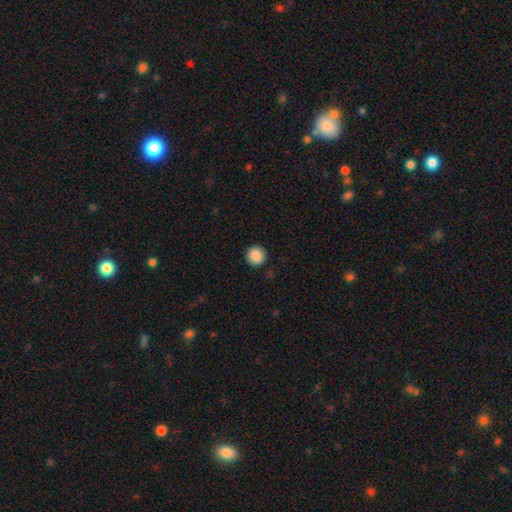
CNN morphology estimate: Smooth or featured? smooth (89%)
How rounded? round (95%)
Merging? none (93%)